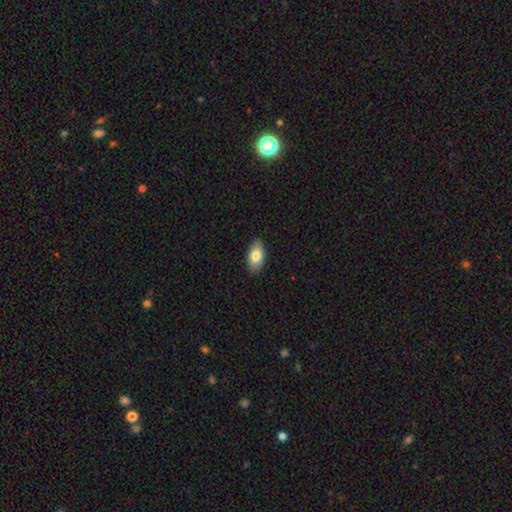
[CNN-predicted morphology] Smooth or featured: smooth — 80% (featured or disk — 13%)
How rounded: in between — 93% (round — 4%)
Merging: none — 88% (minor disturbance — 9%)